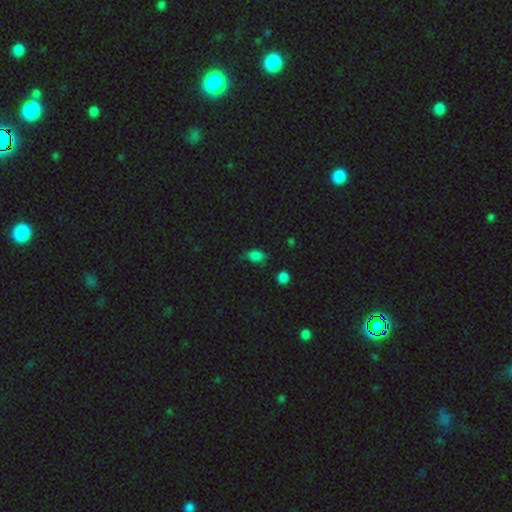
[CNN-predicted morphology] Q: Smooth or featured?
A: smooth (77%); runner-up: star or artifact (16%)
Q: How rounded?
A: in between (81%); runner-up: round (16%)
Q: Merging?
A: none (59%); runner-up: minor disturbance (31%)